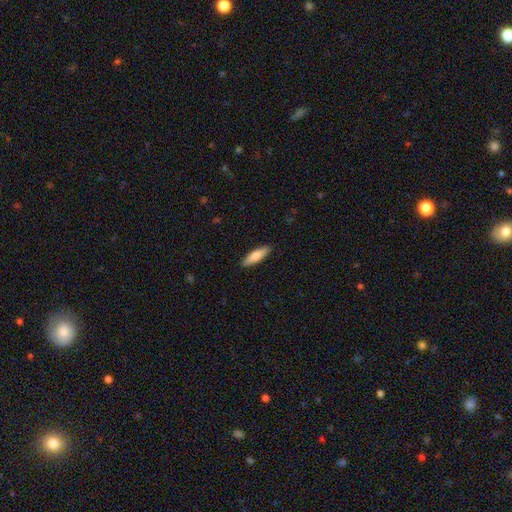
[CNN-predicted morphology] Smooth or featured: smooth — 76% (featured or disk — 19%)
How rounded: cigar-shaped — 65% (in between — 33%)
Merging: none — 90% (minor disturbance — 7%)